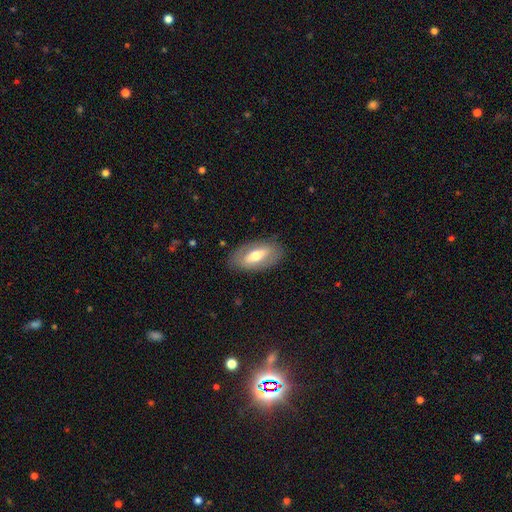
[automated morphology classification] This appears to be a featured or disk galaxy (48%). Merging: none (83%).